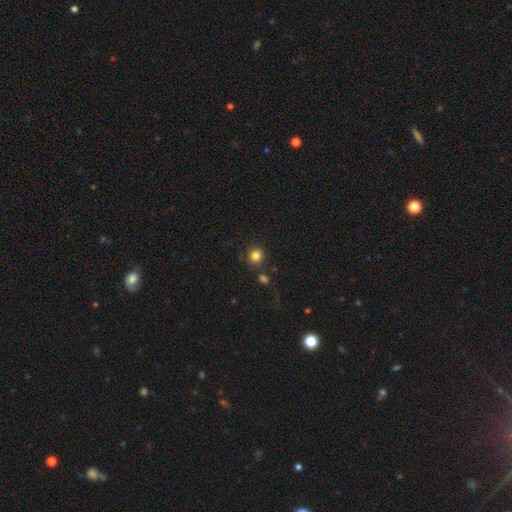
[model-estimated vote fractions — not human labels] Morphology: type=smooth (83%); roundness=round (91%); merging=none (80%).